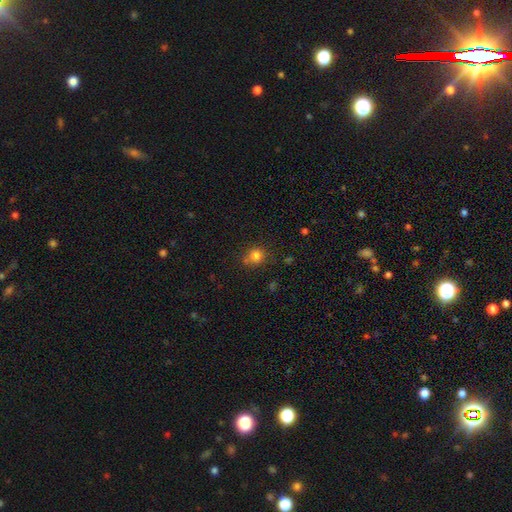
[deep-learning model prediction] smooth 81%, star or artifact 13%, featured or disk 6%. Down the decision tree: how rounded — round (87%); merging — none (68%).